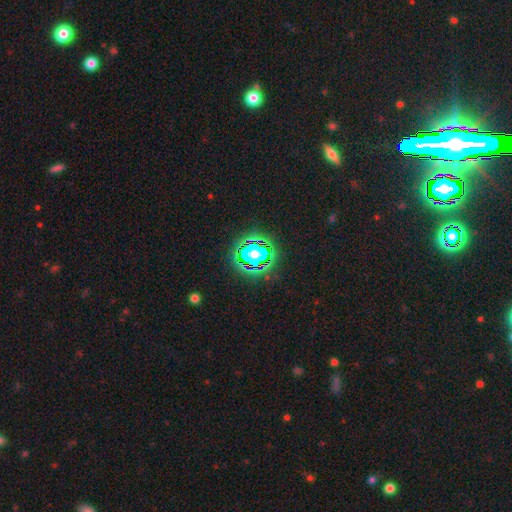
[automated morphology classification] A star or artifact, not a galaxy (57%).

Vote fractions:
- Smooth or featured? star or artifact: 57% / smooth: 26% / featured or disk: 17%